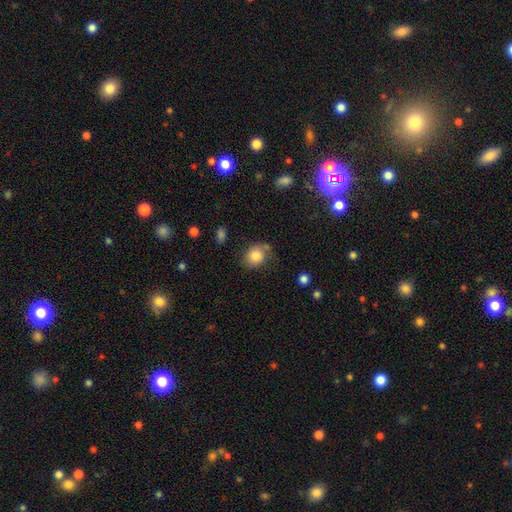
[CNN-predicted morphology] type=smooth (80%); roundness=round (60%); merging=none (62%).